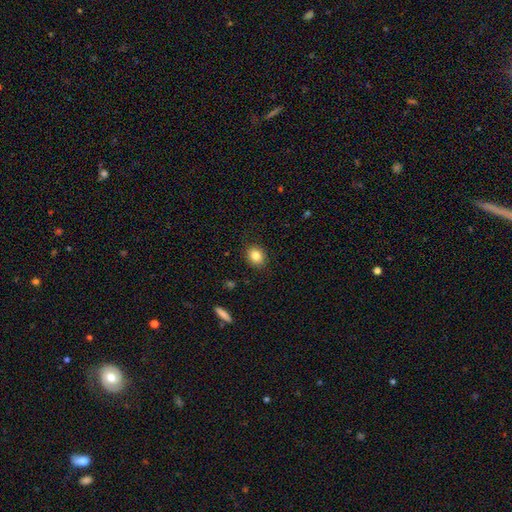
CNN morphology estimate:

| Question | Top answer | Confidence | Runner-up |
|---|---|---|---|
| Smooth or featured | smooth | 84% | star or artifact (10%) |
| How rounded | round | 65% | in between (34%) |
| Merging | none | 89% | minor disturbance (8%) |